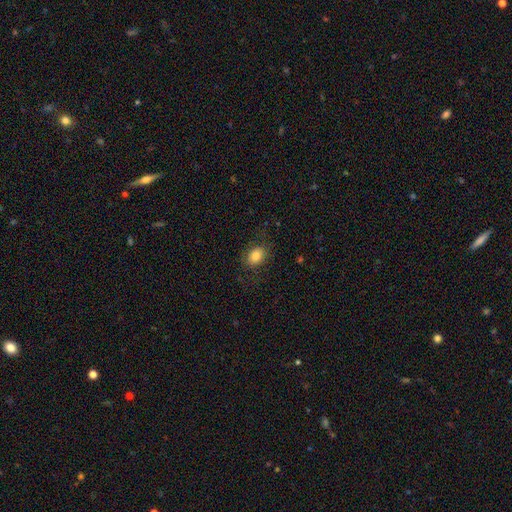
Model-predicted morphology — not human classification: The model was most divided on "how rounded": in between: 69%, round: 30%, cigar-shaped: 1%. More confident: smooth or featured — smooth (83%); merging — none (78%).